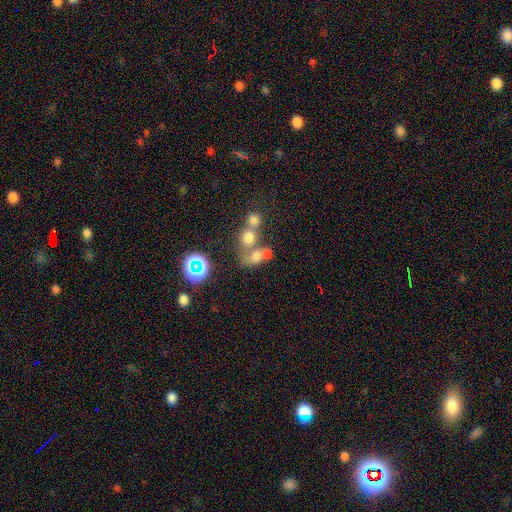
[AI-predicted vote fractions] Q: Smooth or featured?
A: smooth (61%); runner-up: star or artifact (20%)
Q: How rounded?
A: round (55%); runner-up: in between (42%)
Q: Merging?
A: merger (53%); runner-up: none (31%)